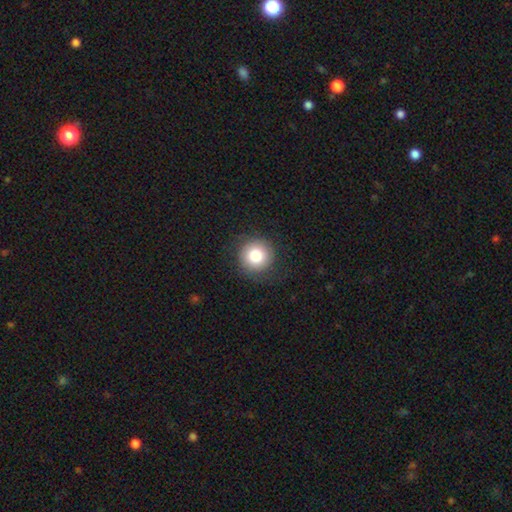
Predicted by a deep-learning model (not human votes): Q: Smooth or featured?
A: smooth (81%); runner-up: star or artifact (10%)
Q: How rounded?
A: round (95%); runner-up: in between (4%)
Q: Merging?
A: none (86%); runner-up: minor disturbance (9%)